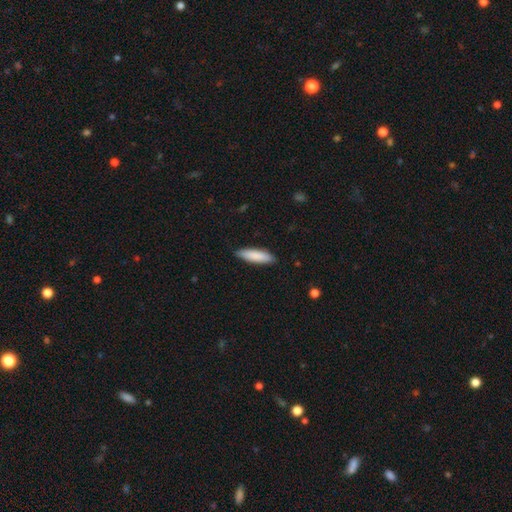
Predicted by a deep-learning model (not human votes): smooth-or-featured: smooth: 86% | featured or disk: 9% | star or artifact: 5%
  how-rounded: cigar-shaped: 62% | in between: 37% | round: 1%
  merging: none: 87% | minor disturbance: 10% | major disturbance: 2% | merger: 1%